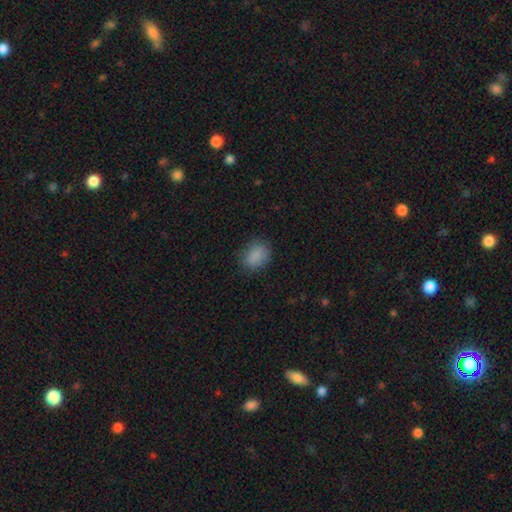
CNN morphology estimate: A smooth galaxy with no disk features (86%) that is in between round and cigar-shaped (65%). Merging: none (78%).